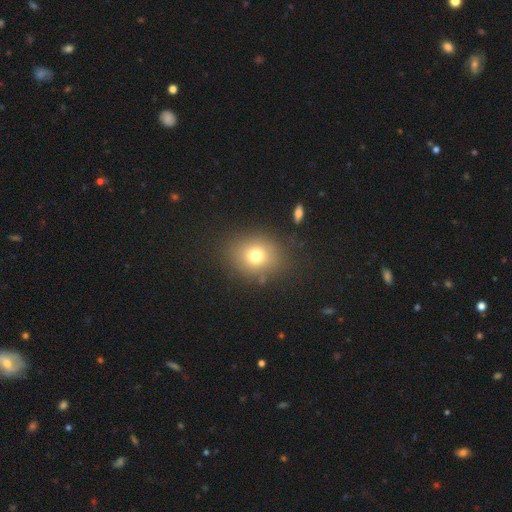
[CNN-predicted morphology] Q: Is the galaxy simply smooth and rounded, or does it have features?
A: smooth — 73%.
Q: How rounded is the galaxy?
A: round — 58%.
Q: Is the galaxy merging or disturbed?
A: none — 81%.